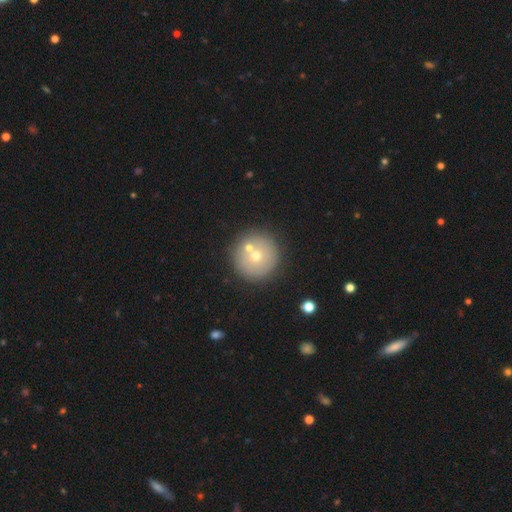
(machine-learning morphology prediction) Smooth or featured? Predicted: smooth (p=0.62). How rounded? Predicted: round (p=0.96). Merging? Predicted: none (p=0.73).